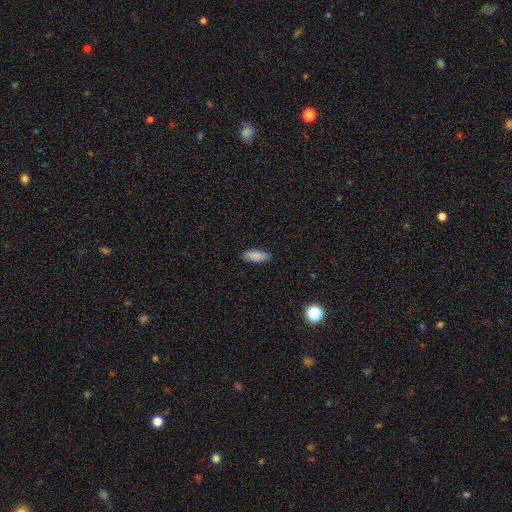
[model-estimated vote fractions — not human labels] Morphology: type=smooth (88%); roundness=in between (78%); merging=none (89%).